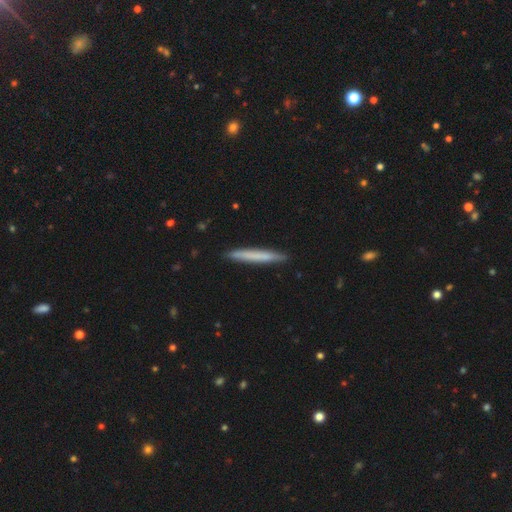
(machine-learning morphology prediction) Smooth or featured? Predicted: smooth (p=0.67). How rounded? Predicted: cigar-shaped (p=0.97). Merging? Predicted: none (p=0.91).